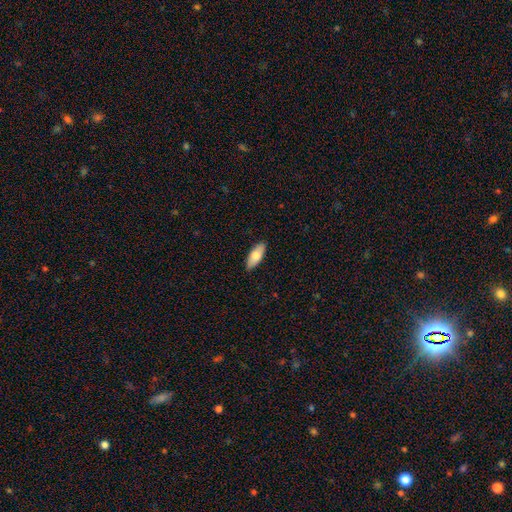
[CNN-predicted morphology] Overall: smooth (74%). How rounded: in between (77%). Merging: none (89%).